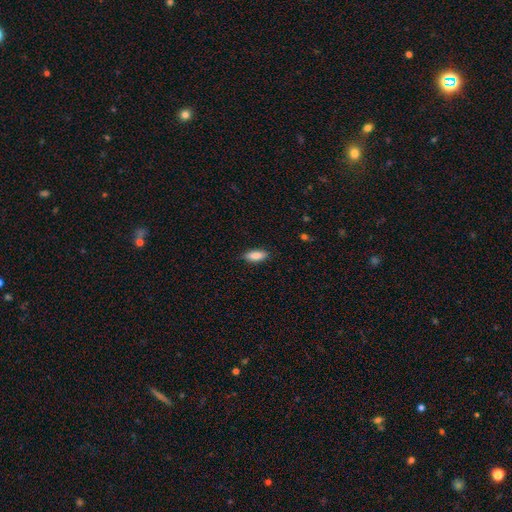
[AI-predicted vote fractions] Smooth or featured? smooth (86%)
How rounded? in between (80%)
Merging? none (87%)